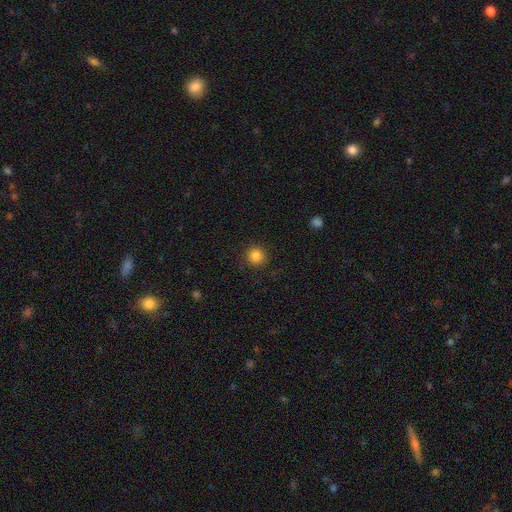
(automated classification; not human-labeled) A smooth galaxy with no disk features (85%) that is round (92%). Merging: none (89%).